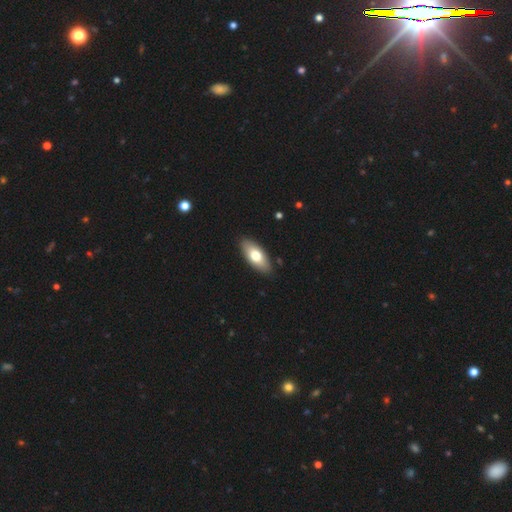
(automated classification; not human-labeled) Smooth or featured: smooth — 70% (featured or disk — 24%)
How rounded: in between — 86% (cigar-shaped — 11%)
Merging: none — 88% (minor disturbance — 9%)